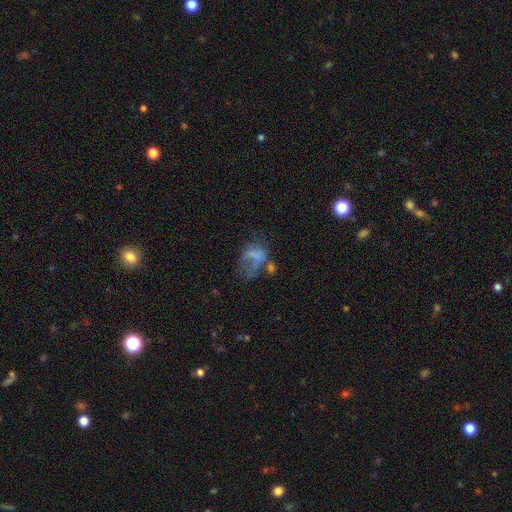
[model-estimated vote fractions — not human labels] Smooth or featured? smooth (48%)
Merging? major disturbance (45%)